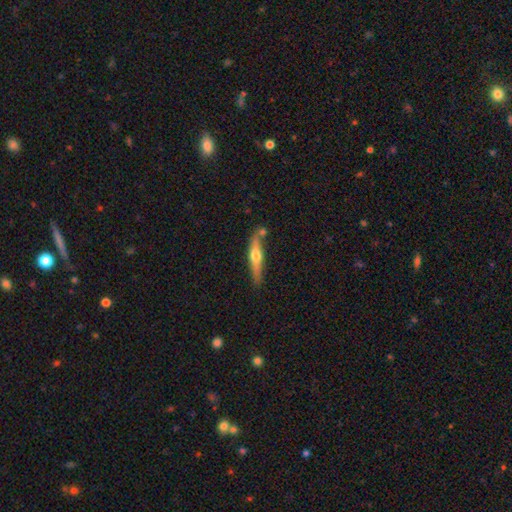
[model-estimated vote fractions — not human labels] The model was most divided on "smooth or featured": featured or disk: 58%, smooth: 37%, star or artifact: 5%. More confident: edge-on disk — yes (94%); edge-on bulge — rounded (93%); merging — none (71%).